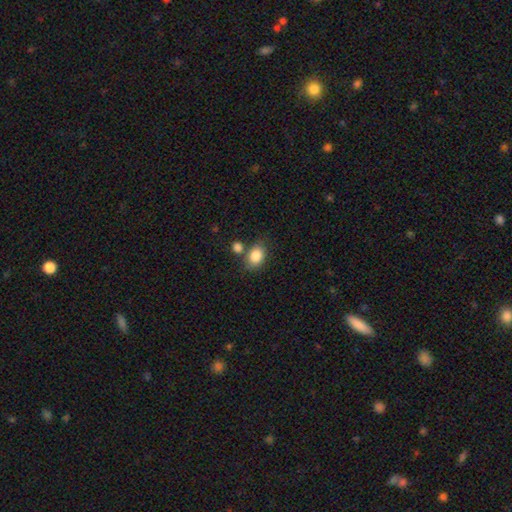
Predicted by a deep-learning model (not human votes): This appears to be a smooth galaxy with no disk features (86%) that is in between round and cigar-shaped (66%). Merging: none (63%).